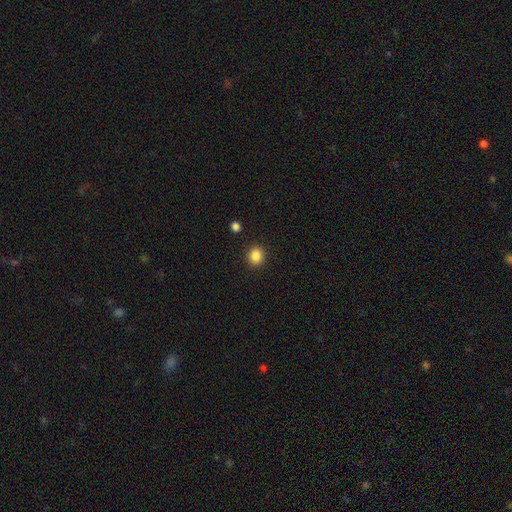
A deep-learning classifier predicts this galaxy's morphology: The model was most divided on "how rounded": round: 75%, in between: 24%, cigar-shaped: 1%. More confident: merging — none (90%); smooth or featured — smooth (87%).